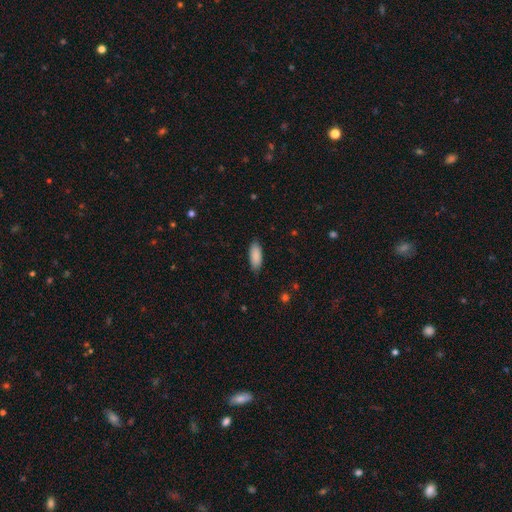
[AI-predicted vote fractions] smooth_or_featured: smooth (p=0.89) [alt: star or artifact p=0.06]
how_rounded: in between (p=0.80) [alt: cigar-shaped p=0.19]
merging: none (p=0.84) [alt: minor disturbance p=0.13]